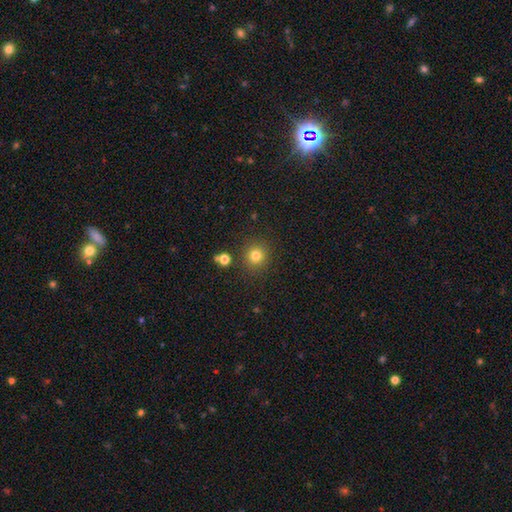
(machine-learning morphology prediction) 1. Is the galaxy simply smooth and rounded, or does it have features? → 80% smooth, 14% star or artifact, 6% featured or disk.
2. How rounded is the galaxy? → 92% round, 7% in between, 1% cigar-shaped.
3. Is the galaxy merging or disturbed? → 87% none, 7% minor disturbance, 3% merger, 3% major disturbance.